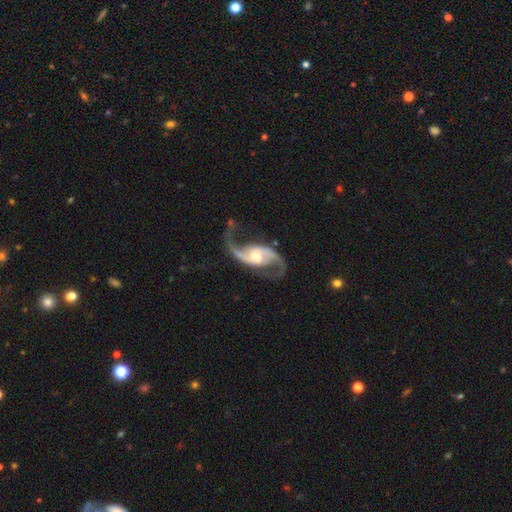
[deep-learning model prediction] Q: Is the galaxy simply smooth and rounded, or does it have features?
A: featured or disk — 92%.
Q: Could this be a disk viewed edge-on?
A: no — 97%.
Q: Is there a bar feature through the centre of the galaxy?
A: no — 45%.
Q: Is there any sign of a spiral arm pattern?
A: yes — 98%.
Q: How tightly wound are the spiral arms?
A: loose — 64%.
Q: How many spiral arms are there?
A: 2 — 94%.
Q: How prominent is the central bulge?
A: moderate — 48%.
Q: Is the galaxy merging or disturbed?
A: none — 73%.